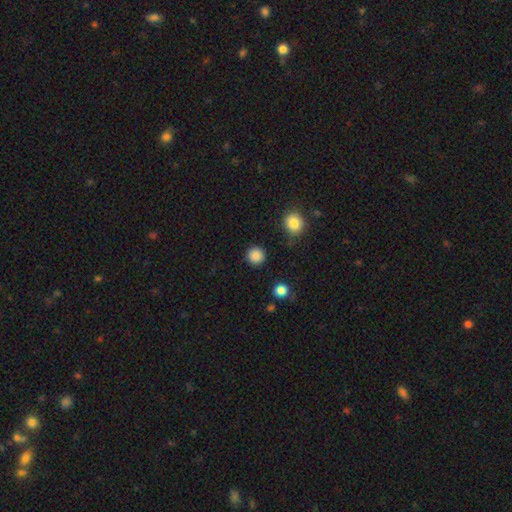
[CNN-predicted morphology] smooth 87%, star or artifact 10%, featured or disk 3%. Down the decision tree: how rounded — round (94%); merging — none (90%).